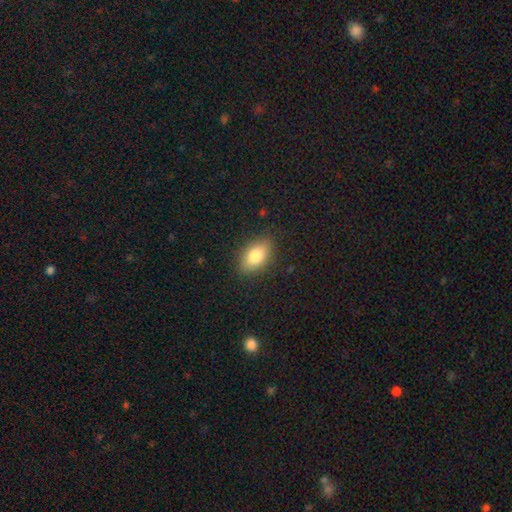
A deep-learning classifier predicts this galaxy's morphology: Smooth or featured?
  - smooth: 80% *
  - featured or disk: 12%
  - star or artifact: 8%
How rounded?
  - in between: 88% *
  - round: 9%
  - cigar-shaped: 3%
Merging?
  - none: 85% *
  - minor disturbance: 11%
  - major disturbance: 3%
  - merger: 1%